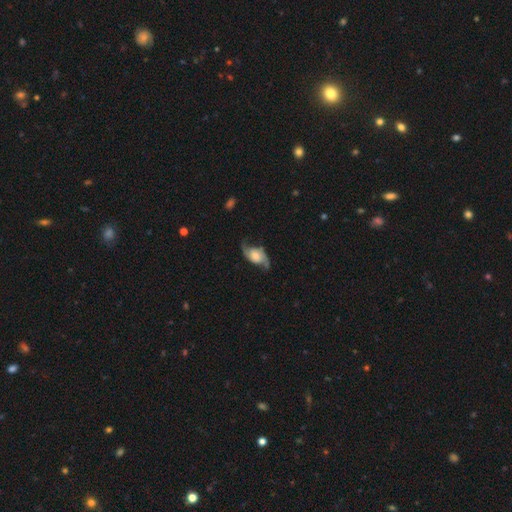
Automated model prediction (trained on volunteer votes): smooth_or_featured: featured or disk (p=0.77) [alt: smooth p=0.17]
disk_edge_on: no (p=0.95) [alt: yes p=0.05]
bar: no (p=0.67) [alt: weak p=0.26]
has_spiral_arms: yes (p=0.94) [alt: no p=0.06]
spiral_winding: loose (p=0.61) [alt: medium p=0.30]
spiral_arm_count: 2 (p=0.92) [alt: can't tell p=0.03]
bulge_size: moderate (p=0.32) [alt: large p=0.26]
merging: none (p=0.67) [alt: minor disturbance p=0.20]